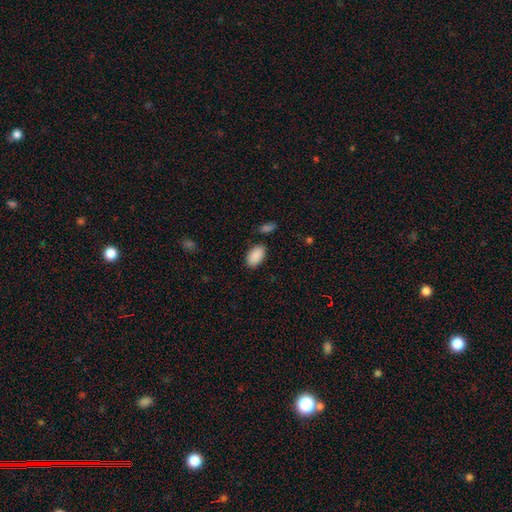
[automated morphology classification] A smooth galaxy with no disk features (90%) that is in between round and cigar-shaped (94%). Merging: none (82%).